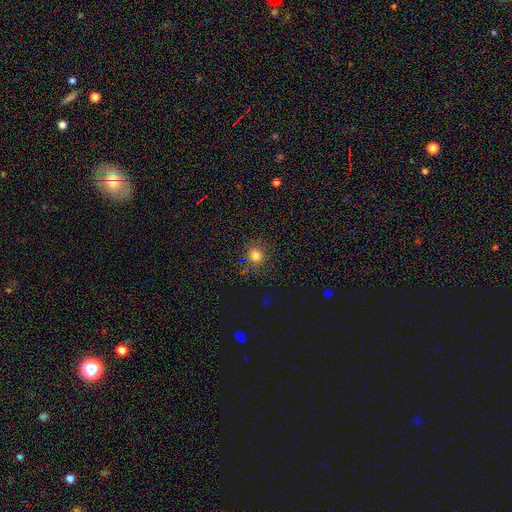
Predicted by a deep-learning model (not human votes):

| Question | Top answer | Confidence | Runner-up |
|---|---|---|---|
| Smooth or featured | smooth | 77% | star or artifact (16%) |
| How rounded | round | 82% | in between (17%) |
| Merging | none | 84% | minor disturbance (11%) |